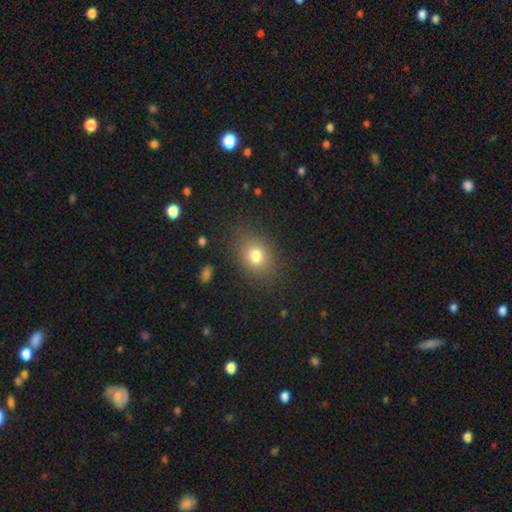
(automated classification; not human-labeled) Q: Smooth or featured?
A: smooth (77%); runner-up: star or artifact (13%)
Q: How rounded?
A: in between (54%); runner-up: round (45%)
Q: Merging?
A: none (84%); runner-up: minor disturbance (11%)